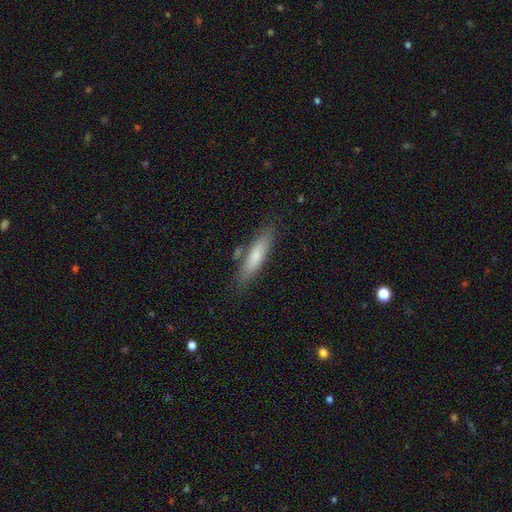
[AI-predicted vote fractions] smooth_or_featured: smooth (p=0.74) [alt: featured or disk p=0.20]
how_rounded: cigar-shaped (p=0.75) [alt: in between p=0.23]
merging: none (p=0.78) [alt: minor disturbance p=0.13]